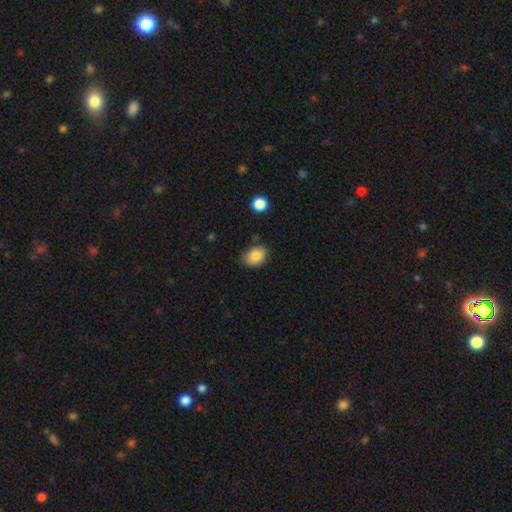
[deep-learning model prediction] Smooth or featured? Predicted: smooth (p=0.84). How rounded? Predicted: in between (p=0.67). Merging? Predicted: none (p=0.76).